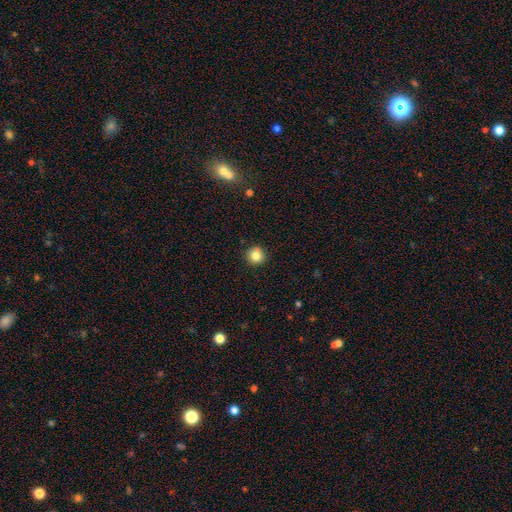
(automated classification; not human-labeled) A smooth galaxy with no disk features (82%) that is round (93%).

Vote fractions:
- Smooth or featured? smooth: 82% / star or artifact: 11% / featured or disk: 7%
- How rounded? round: 93% / in between: 6% / cigar-shaped: 1%
- Merging? none: 88% / minor disturbance: 8% / major disturbance: 2% / merger: 2%